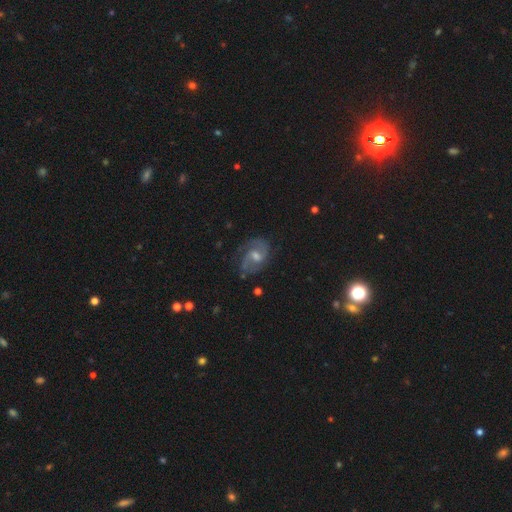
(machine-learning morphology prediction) This appears to be a featured or disk galaxy (81%) with a weak bar (55%), 2 (83%) medium (52%) spiral arms (94%) and a moderate central bulge (56%). Merging: none (69%).